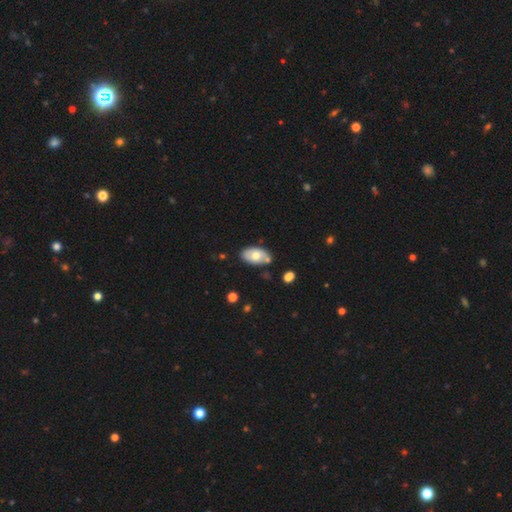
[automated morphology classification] Smooth or featured: smooth — 60% (featured or disk — 33%)
How rounded: in between — 93% (round — 5%)
Merging: none — 70% (minor disturbance — 17%)